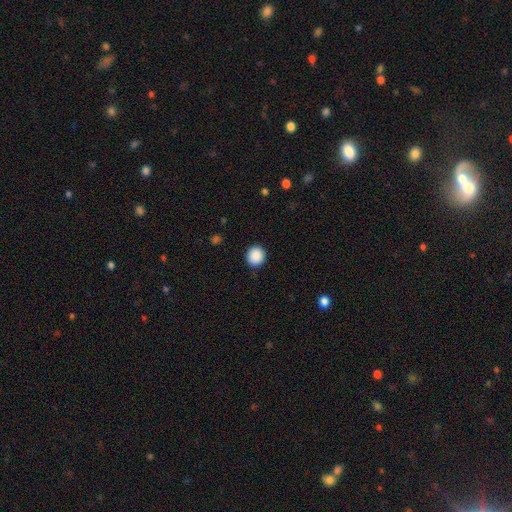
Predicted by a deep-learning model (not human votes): Smooth or featured: smooth — 89% (star or artifact — 8%)
How rounded: round — 89% (in between — 10%)
Merging: none — 90% (minor disturbance — 7%)